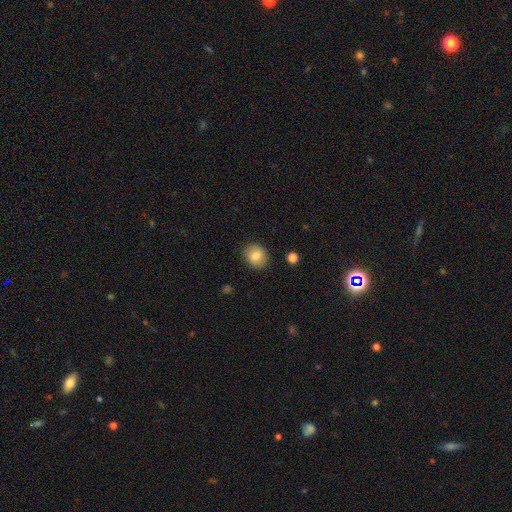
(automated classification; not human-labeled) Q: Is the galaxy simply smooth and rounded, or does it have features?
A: smooth — 82%.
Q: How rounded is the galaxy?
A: round — 66%.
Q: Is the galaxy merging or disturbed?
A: none — 88%.